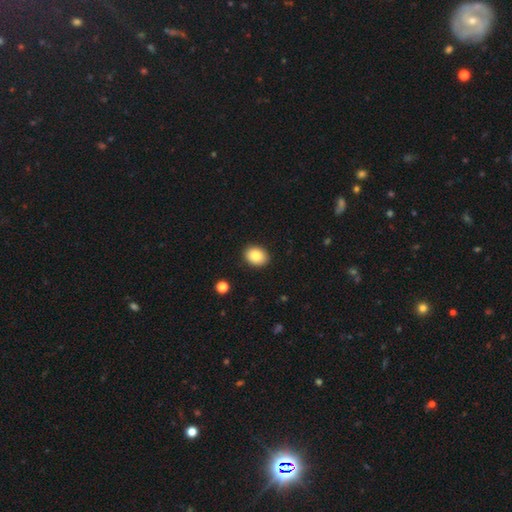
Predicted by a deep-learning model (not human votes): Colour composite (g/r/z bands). It shows a smooth galaxy with no disk features (85%) that is in between round and cigar-shaped (56%). Merging: none (90%).